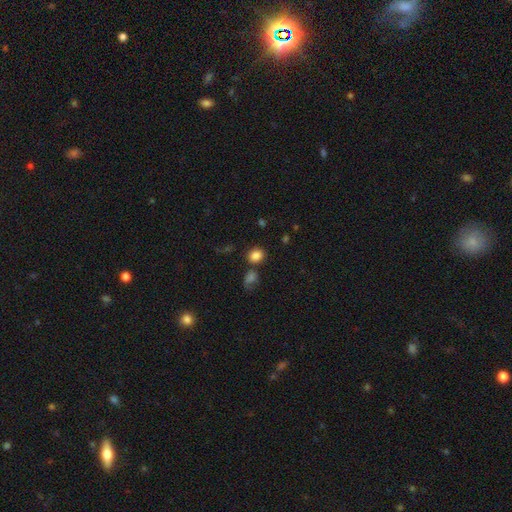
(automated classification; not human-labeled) A smooth galaxy with no disk features (84%) that is round (60%). Merging: none (73%).